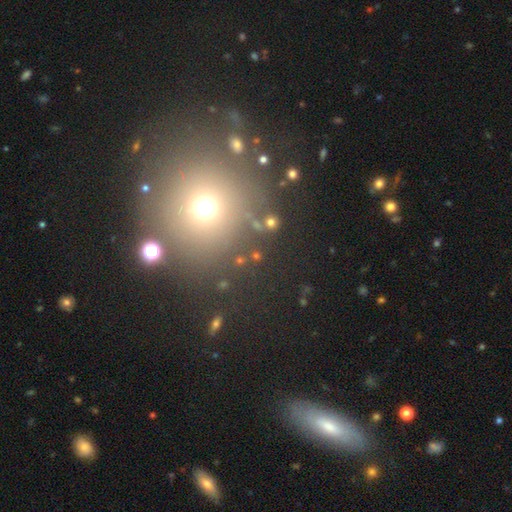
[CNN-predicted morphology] Smooth or featured? smooth (49%)
Merging? none (83%)